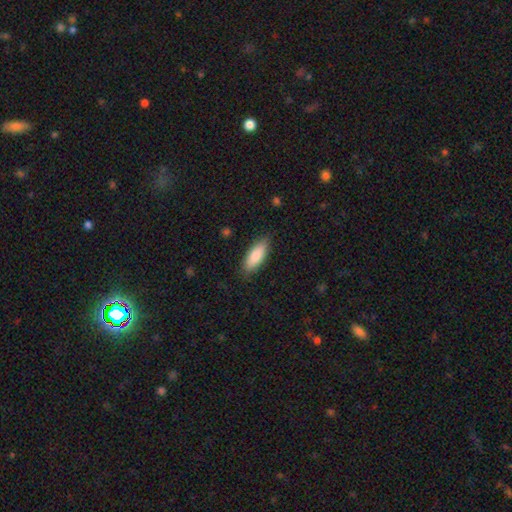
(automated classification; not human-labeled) A smooth galaxy with no disk features (85%) that is in between round and cigar-shaped (69%).

Vote fractions:
- Smooth or featured? smooth: 85% / featured or disk: 9% / star or artifact: 6%
- How rounded? in between: 69% / cigar-shaped: 29% / round: 2%
- Merging? none: 86% / minor disturbance: 11% / major disturbance: 2% / merger: 1%